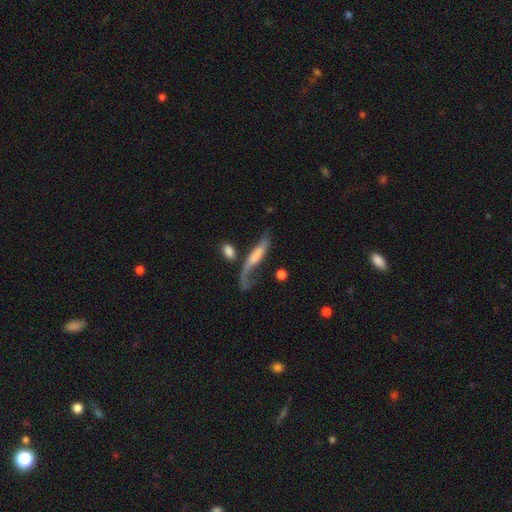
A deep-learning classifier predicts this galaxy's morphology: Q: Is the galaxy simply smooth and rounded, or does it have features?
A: featured or disk — 49%.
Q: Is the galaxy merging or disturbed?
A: major disturbance — 34%.